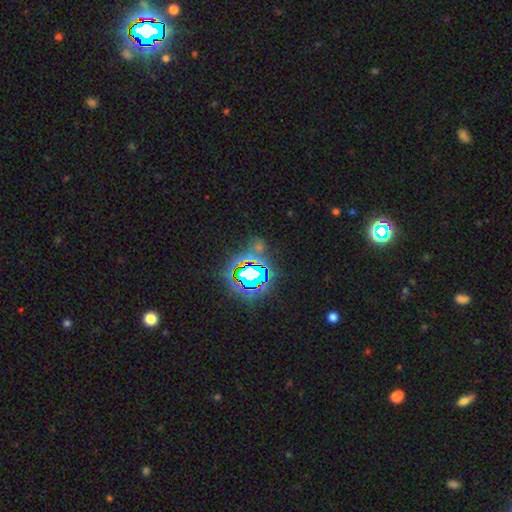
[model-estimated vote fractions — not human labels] star or artifact 81%, smooth 12%, featured or disk 8%.